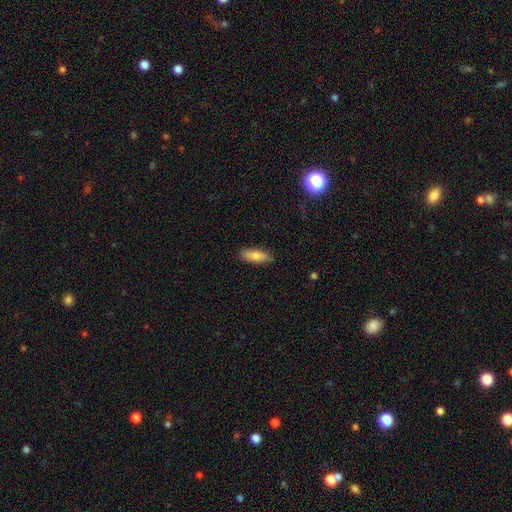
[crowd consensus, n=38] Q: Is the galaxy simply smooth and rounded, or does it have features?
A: smooth — 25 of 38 (66%).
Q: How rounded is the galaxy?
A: in between — 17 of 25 (68%).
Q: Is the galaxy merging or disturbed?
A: none — 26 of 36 (72%).